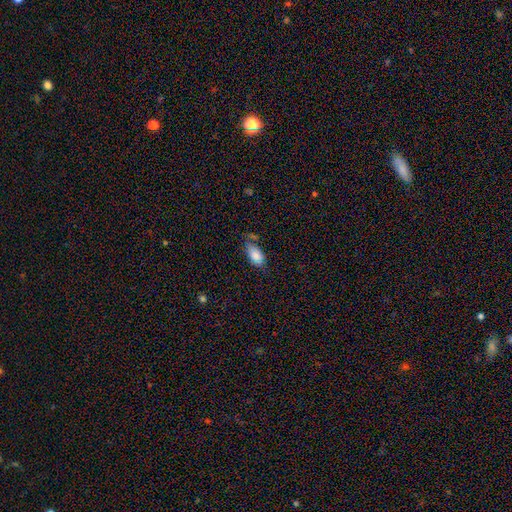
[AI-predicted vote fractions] Smooth or featured?
  - smooth: 81% *
  - star or artifact: 10%
  - featured or disk: 10%
How rounded?
  - in between: 91% *
  - cigar-shaped: 5%
  - round: 4%
Merging?
  - none: 57% *
  - minor disturbance: 29%
  - major disturbance: 8%
  - merger: 6%